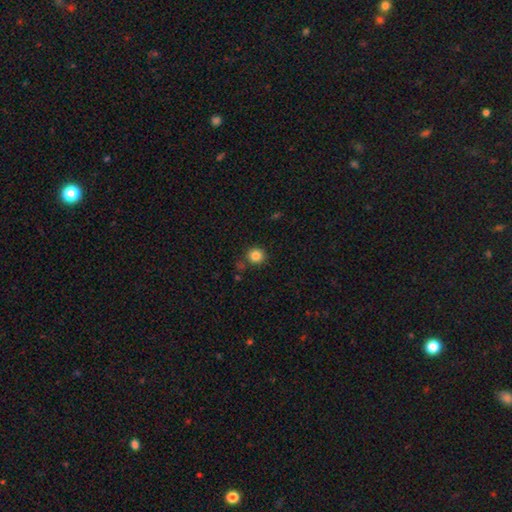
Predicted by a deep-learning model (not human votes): smooth_or_featured: smooth (p=0.84) [alt: star or artifact p=0.11]
how_rounded: round (p=0.92) [alt: in between p=0.07]
merging: none (p=0.83) [alt: minor disturbance p=0.10]